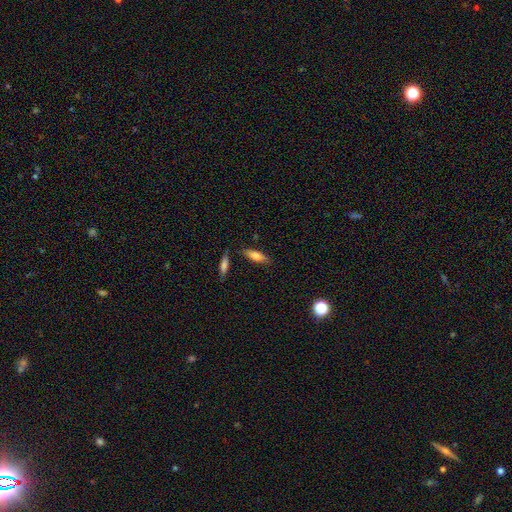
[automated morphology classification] The model was most divided on "how rounded": in between: 54%, cigar-shaped: 44%, round: 2%. More confident: merging — none (80%); smooth or featured — smooth (73%).